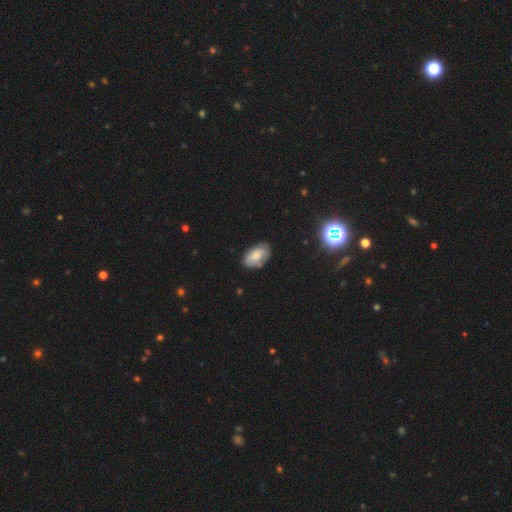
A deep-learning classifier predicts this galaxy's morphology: smooth_or_featured: smooth (p=0.60) [alt: featured or disk p=0.31]
how_rounded: in between (p=0.91) [alt: round p=0.07]
merging: none (p=0.73) [alt: minor disturbance p=0.21]